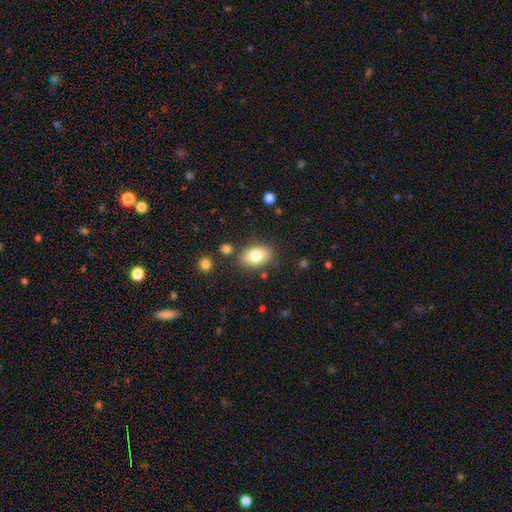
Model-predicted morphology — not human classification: Smooth or featured? Predicted: smooth (p=0.79). How rounded? Predicted: in between (p=0.85). Merging? Predicted: none (p=0.80).